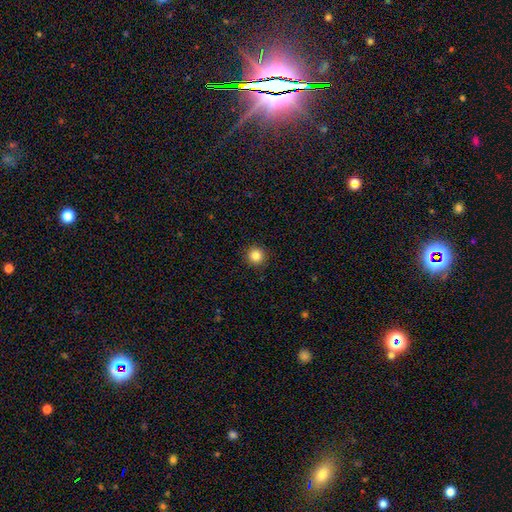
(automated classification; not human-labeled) The model was most divided on "smooth or featured": smooth: 85%, star or artifact: 11%, featured or disk: 4%. More confident: how rounded — round (96%); merging — none (92%).